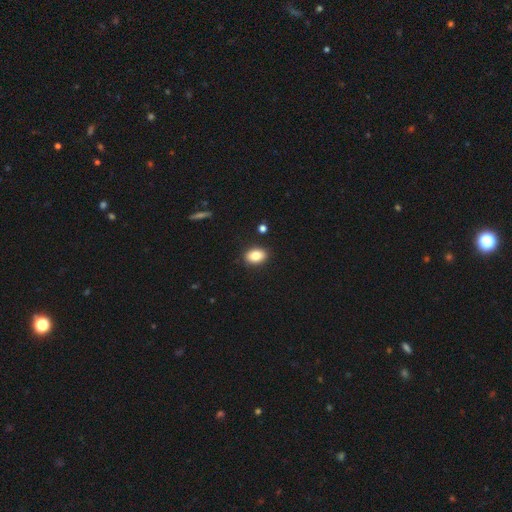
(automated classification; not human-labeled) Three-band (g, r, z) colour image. It shows a smooth galaxy with no disk features (84%) that is in between round and cigar-shaped (81%). Merging: none (88%).